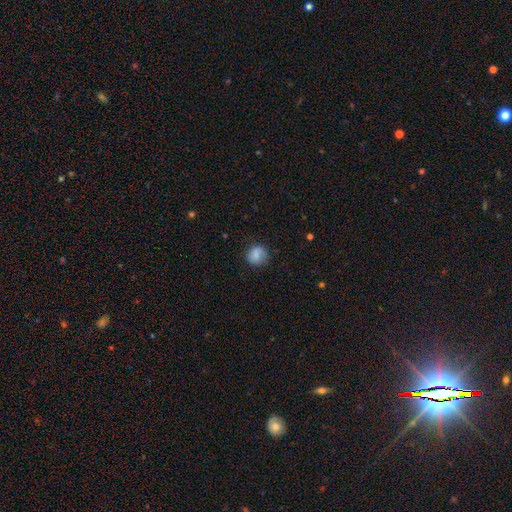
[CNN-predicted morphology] A smooth galaxy with no disk features (82%) that is round (86%). Merging: none (77%).